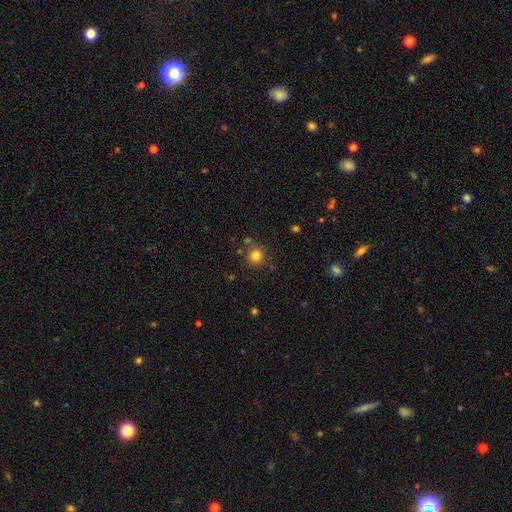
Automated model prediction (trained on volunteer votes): smooth_or_featured: smooth (p=0.80) [alt: star or artifact p=0.13]
how_rounded: round (p=0.93) [alt: in between p=0.06]
merging: none (p=0.81) [alt: minor disturbance p=0.09]